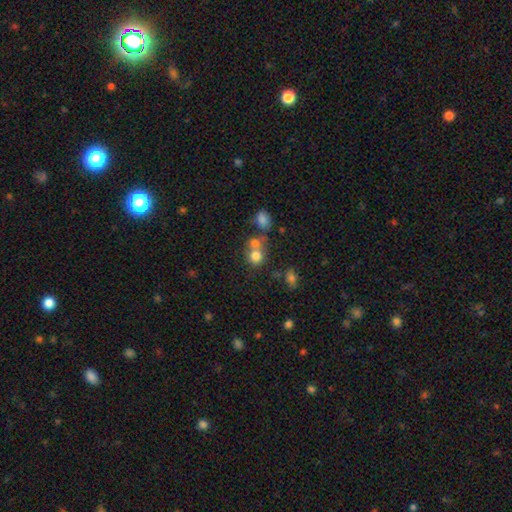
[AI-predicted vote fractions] Q: Smooth or featured?
A: smooth (76%); runner-up: star or artifact (14%)
Q: How rounded?
A: round (80%); runner-up: in between (19%)
Q: Merging?
A: none (44%); runner-up: merger (43%)